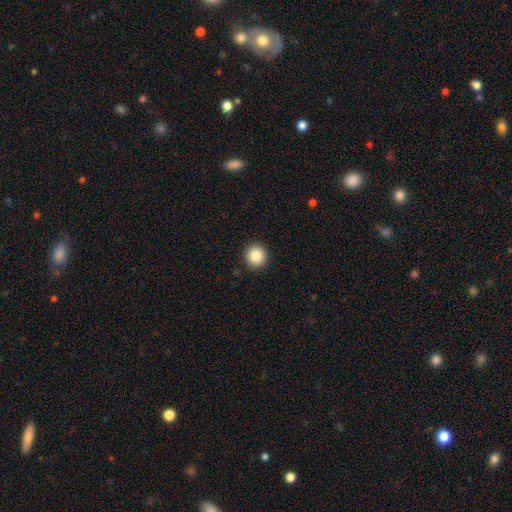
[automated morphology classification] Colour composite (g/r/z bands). It shows a smooth galaxy with no disk features (85%) that is round (93%). Merging: none (93%).